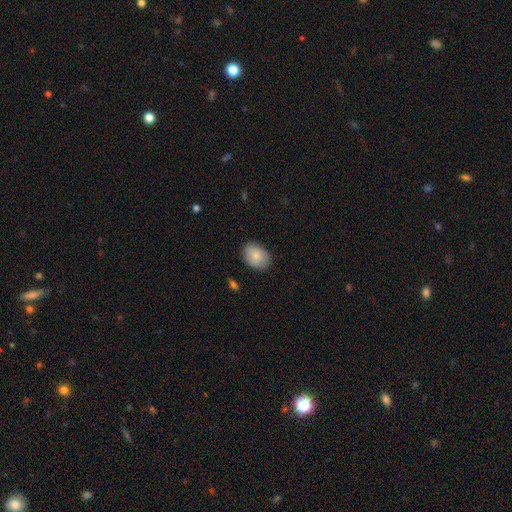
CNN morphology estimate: Q: Smooth or featured?
A: smooth (82%); runner-up: featured or disk (11%)
Q: How rounded?
A: in between (73%); runner-up: round (26%)
Q: Merging?
A: none (84%); runner-up: minor disturbance (13%)